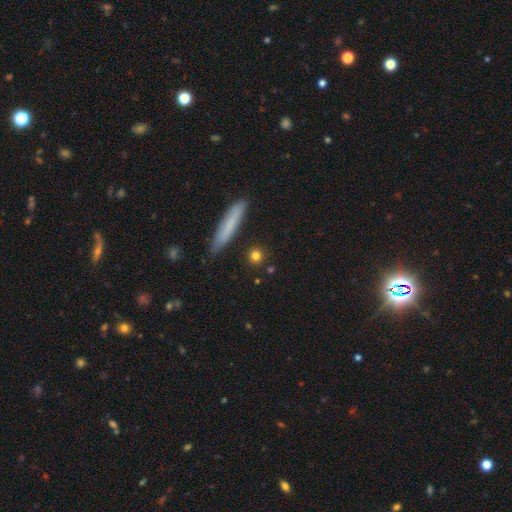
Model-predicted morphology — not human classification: smooth-or-featured: smooth: 79% | featured or disk: 11% | star or artifact: 10%
  how-rounded: round: 70% | cigar-shaped: 18% | in between: 12%
  merging: none: 87% | minor disturbance: 7% | merger: 3% | major disturbance: 2%